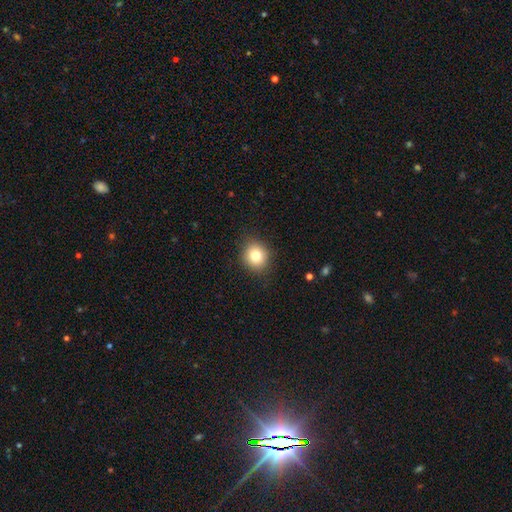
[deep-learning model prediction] Morphology: type=smooth (80%); roundness=round (83%); merging=none (88%).